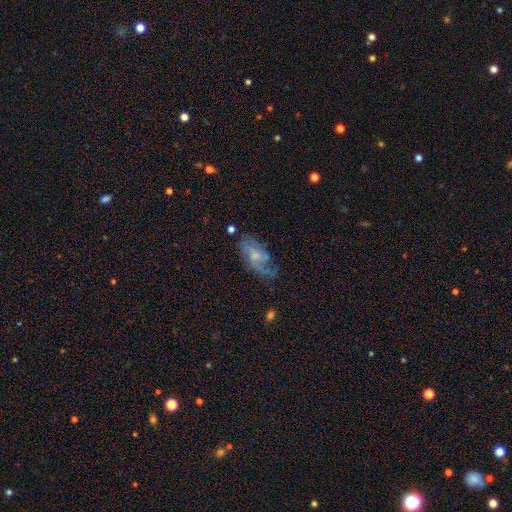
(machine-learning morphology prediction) Smooth or featured? featured or disk (67%)
Edge-on disk? no (93%)
Bar? no (67%)
Spiral arms? yes (85%)
Spiral winding? medium (43%)
Spiral arm count? 2 (38%)
Bulge size? moderate (41%)
Merging? none (58%)